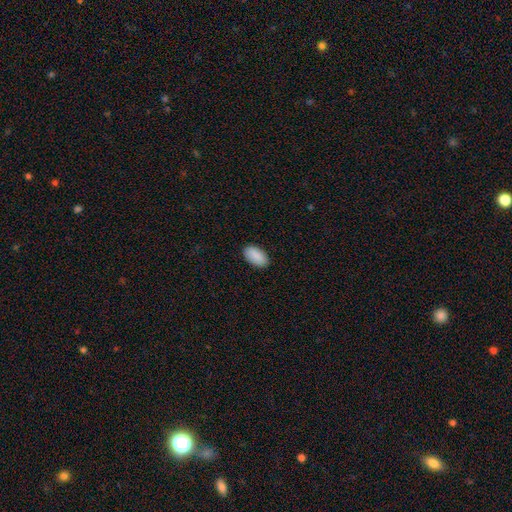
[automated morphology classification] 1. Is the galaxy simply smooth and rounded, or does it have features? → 91% smooth, 6% star or artifact, 3% featured or disk.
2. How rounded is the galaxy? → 95% in between, 3% round, 2% cigar-shaped.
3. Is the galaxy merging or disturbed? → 89% none, 8% minor disturbance, 2% major disturbance, 1% merger.